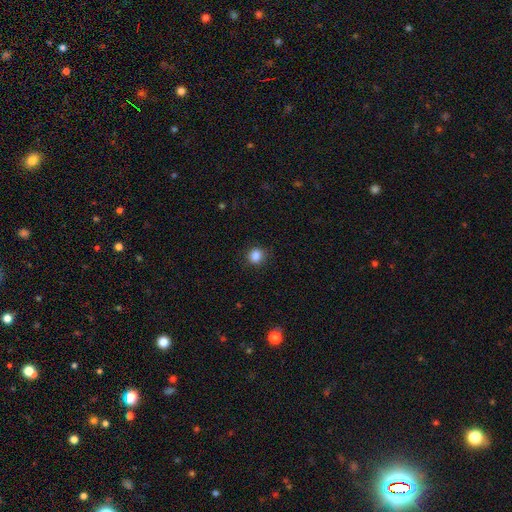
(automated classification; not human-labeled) Smooth or featured: smooth — 86% (star or artifact — 10%)
How rounded: round — 83% (in between — 16%)
Merging: none — 86% (minor disturbance — 10%)